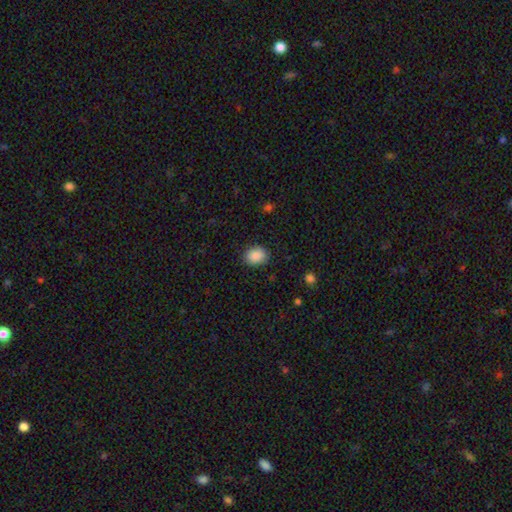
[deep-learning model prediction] Smooth or featured: smooth — 88% (star or artifact — 8%)
How rounded: in between — 52% (round — 47%)
Merging: none — 87% (minor disturbance — 9%)